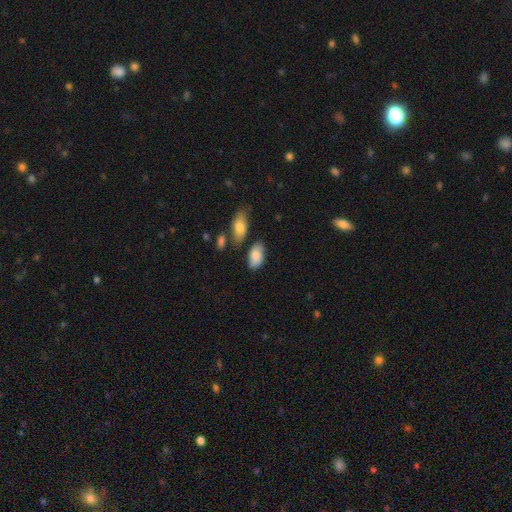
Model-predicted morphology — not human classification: smooth-or-featured: smooth: 84% | featured or disk: 10% | star or artifact: 6%
  how-rounded: in between: 94% | round: 4% | cigar-shaped: 3%
  merging: none: 69% | minor disturbance: 18% | merger: 8% | major disturbance: 4%